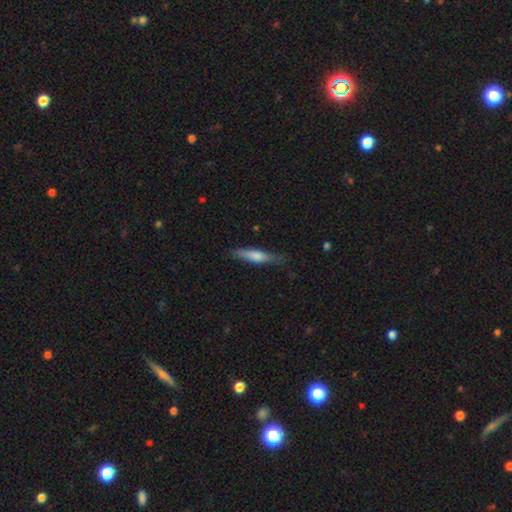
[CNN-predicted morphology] Smooth or featured? Predicted: smooth (p=0.52). How rounded? Predicted: cigar-shaped (p=0.86). Merging? Predicted: none (p=0.80).